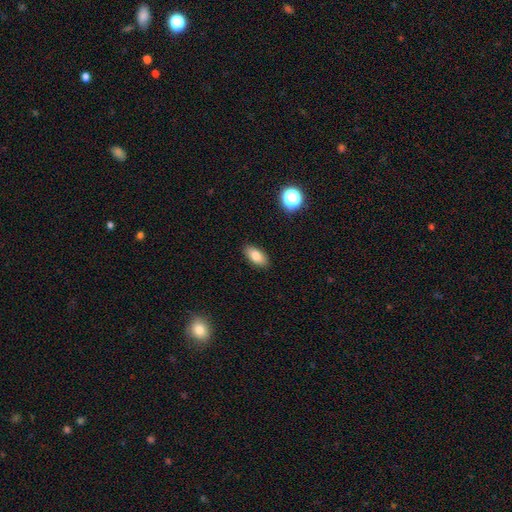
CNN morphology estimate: This appears to be a smooth galaxy with no disk features (82%) that is in between round and cigar-shaped (89%). Merging: none (89%).